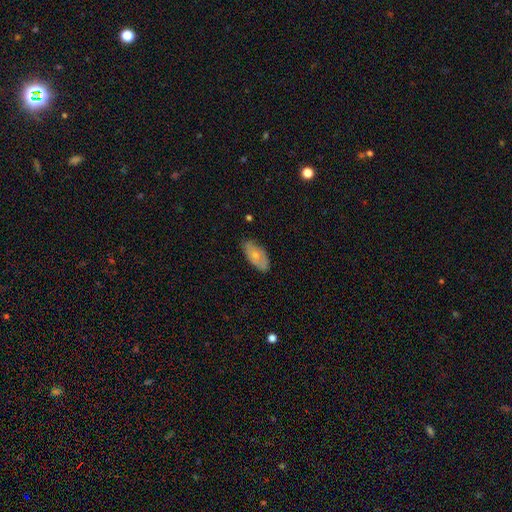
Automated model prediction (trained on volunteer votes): smooth-or-featured: smooth: 56% | featured or disk: 37% | star or artifact: 6%
  how-rounded: in between: 90% | cigar-shaped: 6% | round: 4%
  merging: none: 74% | minor disturbance: 21% | major disturbance: 4% | merger: 1%